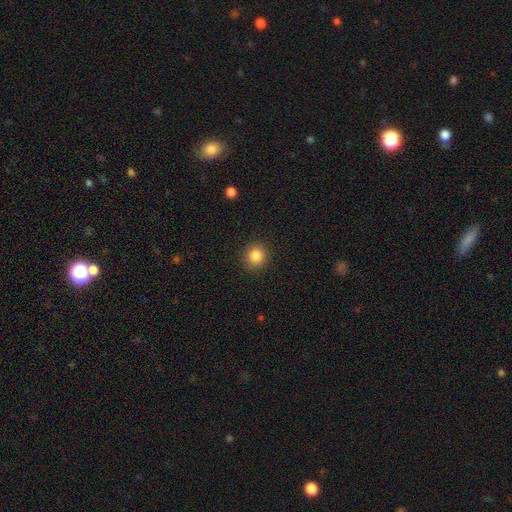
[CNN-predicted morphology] Smooth or featured?
  - smooth: 85% *
  - star or artifact: 11%
  - featured or disk: 4%
How rounded?
  - round: 89% *
  - in between: 11%
  - cigar-shaped: 1%
Merging?
  - none: 91% *
  - minor disturbance: 6%
  - major disturbance: 2%
  - merger: 1%